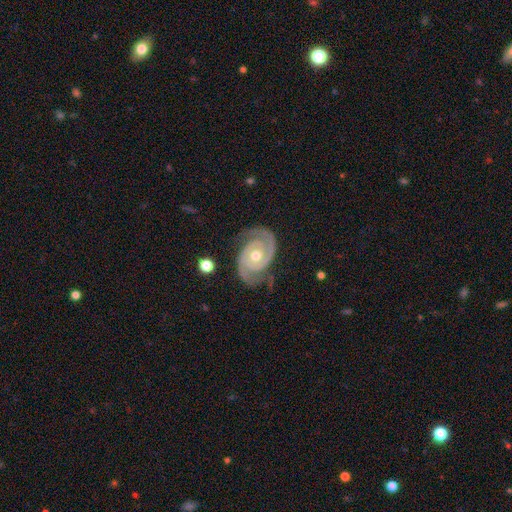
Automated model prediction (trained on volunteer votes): Morphology: type=featured or disk (93%); edge-on=no (97%); bar=no (73%); spiral arms=yes (98%); winding=tight (64%); arm count=2 (92%); bulge=moderate (71%); merging=none (77%).